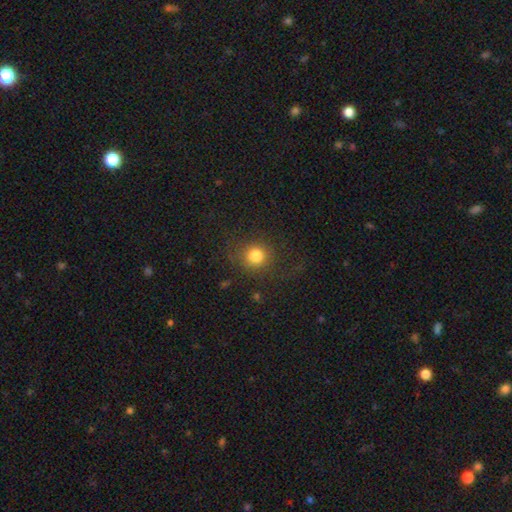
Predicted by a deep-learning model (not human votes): Smooth or featured: smooth — 80% (star or artifact — 12%)
How rounded: round — 90% (in between — 9%)
Merging: none — 79% (minor disturbance — 11%)